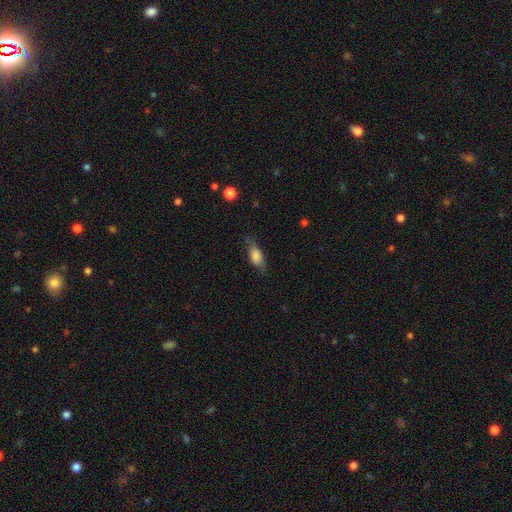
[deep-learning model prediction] Smooth or featured?
  - smooth: 74% *
  - featured or disk: 18%
  - star or artifact: 8%
How rounded?
  - in between: 75% *
  - cigar-shaped: 21%
  - round: 4%
Merging?
  - none: 70% *
  - minor disturbance: 22%
  - major disturbance: 7%
  - merger: 1%